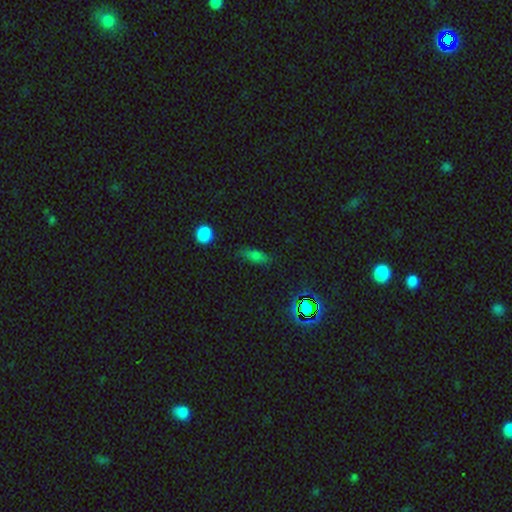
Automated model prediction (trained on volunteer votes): Overall: smooth (66%). How rounded: in between (62%; cigar-shaped 31%). Merging: none (74%).